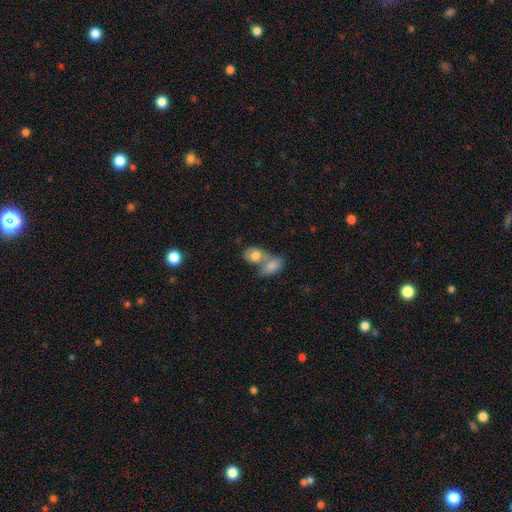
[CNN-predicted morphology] Q: Smooth or featured?
A: smooth (75%); runner-up: featured or disk (18%)
Q: How rounded?
A: in between (73%); runner-up: round (25%)
Q: Merging?
A: merger (70%); runner-up: none (18%)